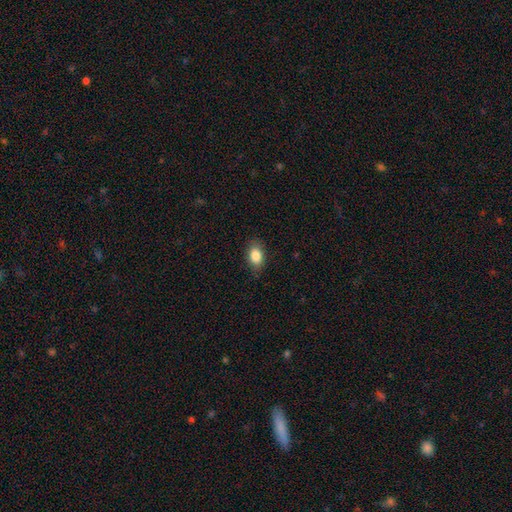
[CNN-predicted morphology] Smooth or featured? smooth (86%)
How rounded? in between (87%)
Merging? none (82%)